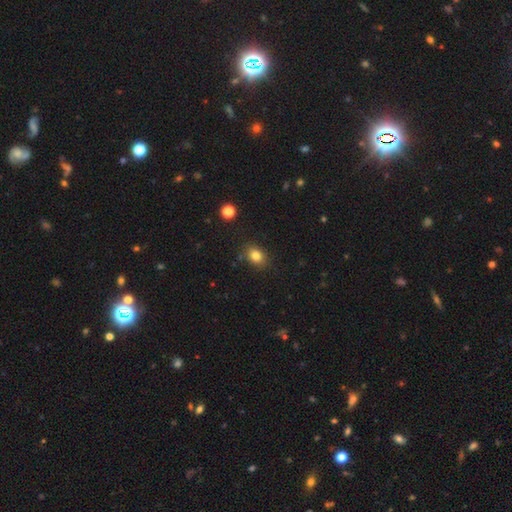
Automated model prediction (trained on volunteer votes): smooth-or-featured: smooth: 82% | star or artifact: 11% | featured or disk: 7%
  how-rounded: in between: 64% | round: 35% | cigar-shaped: 1%
  merging: none: 84% | minor disturbance: 11% | major disturbance: 3% | merger: 2%